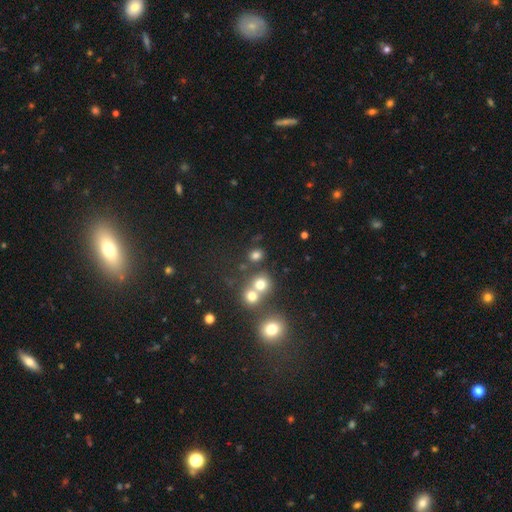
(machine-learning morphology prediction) The model was most divided on "merging": none: 62%, merger: 26%, minor disturbance: 8%, major disturbance: 4%. More confident: how rounded — round (79%); smooth or featured — smooth (70%).